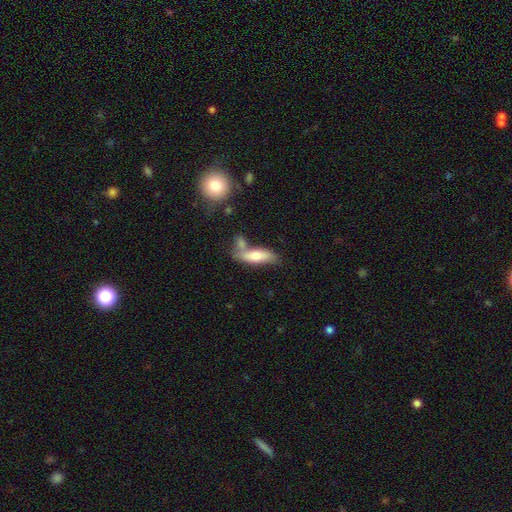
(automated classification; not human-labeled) Overall: smooth (65%; featured or disk 29%). How rounded: in between (55%; cigar-shaped 42%). Merging: none (48%; merger 28%).